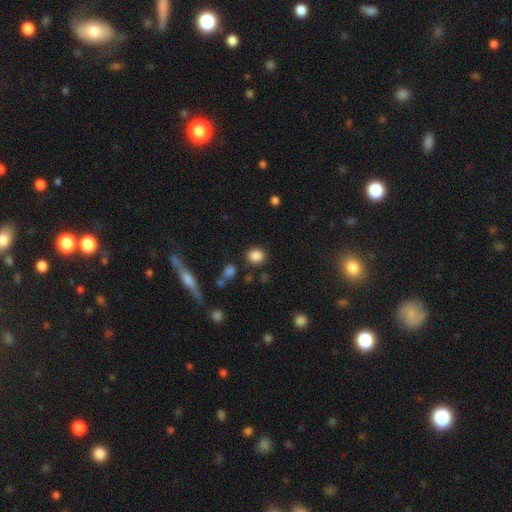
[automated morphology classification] Smooth or featured? Predicted: smooth (p=0.86). How rounded? Predicted: round (p=0.70). Merging? Predicted: none (p=0.85).